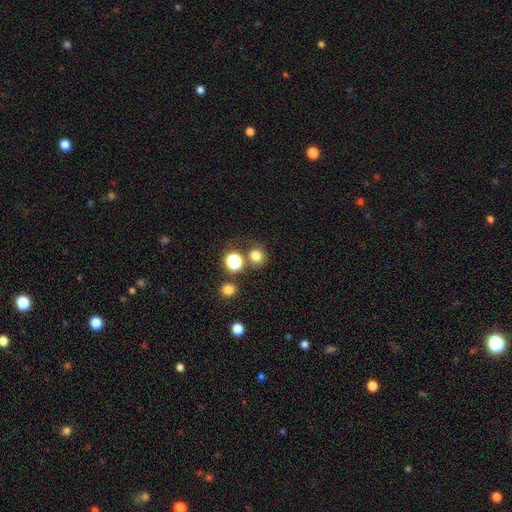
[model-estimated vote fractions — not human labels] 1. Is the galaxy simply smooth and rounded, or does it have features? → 77% smooth, 16% star or artifact, 6% featured or disk.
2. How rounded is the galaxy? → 83% round, 16% in between, 1% cigar-shaped.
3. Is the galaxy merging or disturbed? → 68% none, 13% merger, 12% minor disturbance, 7% major disturbance.